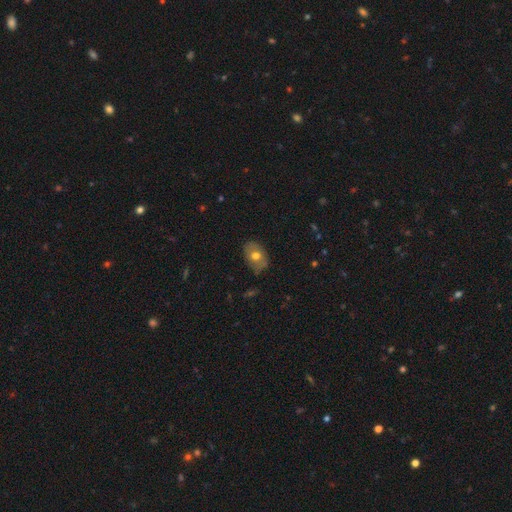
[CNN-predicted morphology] Smooth or featured? Predicted: smooth (p=0.62). How rounded? Predicted: in between (p=0.78). Merging? Predicted: none (p=0.78).